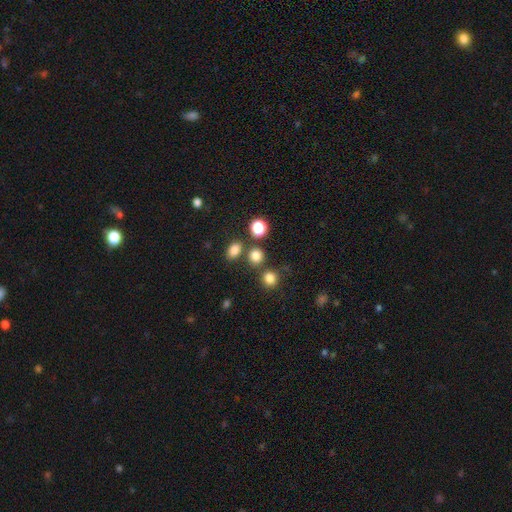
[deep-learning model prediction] A smooth galaxy with no disk features (78%) that is round (67%).

Vote fractions:
- Smooth or featured? smooth: 78% / star or artifact: 17% / featured or disk: 6%
- How rounded? round: 67% / in between: 31% / cigar-shaped: 1%
- Merging? none: 72% / merger: 15% / minor disturbance: 9% / major disturbance: 4%